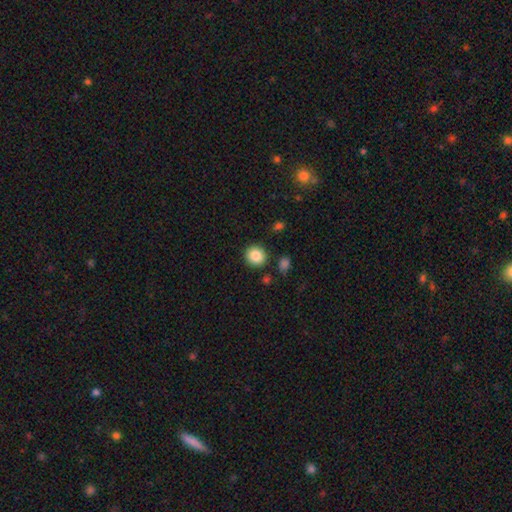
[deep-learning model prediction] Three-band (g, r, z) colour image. It shows a smooth galaxy with no disk features (86%) that is round (90%). Merging: none (88%).